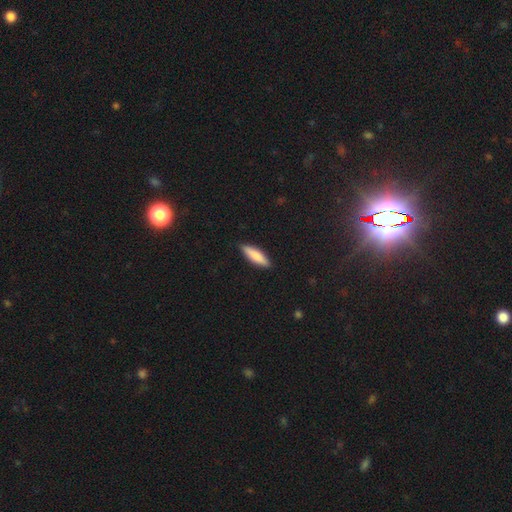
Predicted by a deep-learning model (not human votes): Morphology: type=smooth (80%); roundness=cigar-shaped (63%); merging=none (89%).